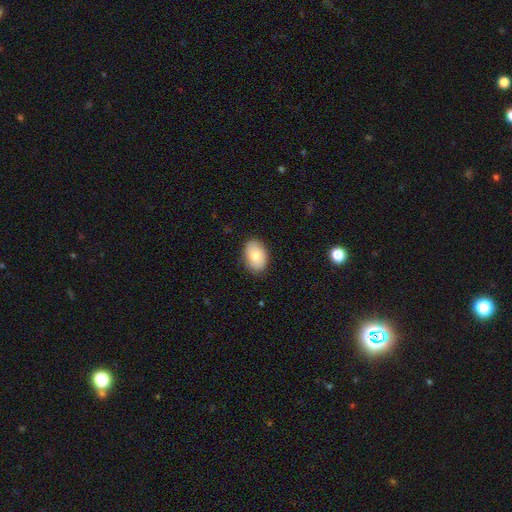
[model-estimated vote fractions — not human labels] This appears to be a smooth galaxy with no disk features (80%) that is in between round and cigar-shaped (85%). Merging: none (84%).